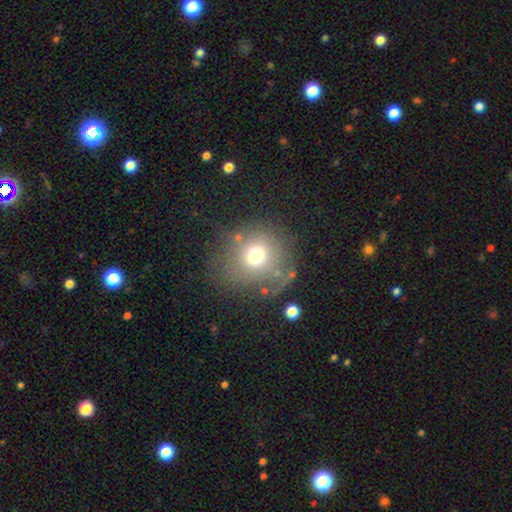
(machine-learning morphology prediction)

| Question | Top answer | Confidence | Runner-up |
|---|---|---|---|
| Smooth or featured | smooth | 67% | featured or disk (17%) |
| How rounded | round | 86% | in between (14%) |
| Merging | none | 65% | minor disturbance (16%) |